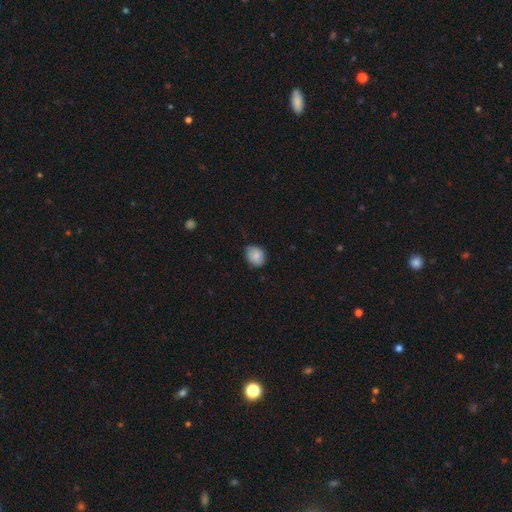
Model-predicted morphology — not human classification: Smooth or featured: smooth — 81% (featured or disk — 11%)
How rounded: round — 57% (in between — 43%)
Merging: none — 66% (minor disturbance — 29%)